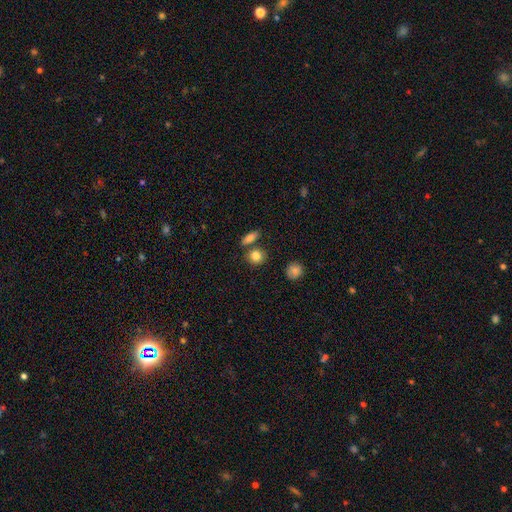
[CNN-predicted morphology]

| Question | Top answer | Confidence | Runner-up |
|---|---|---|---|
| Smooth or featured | smooth | 84% | star or artifact (9%) |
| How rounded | round | 70% | in between (28%) |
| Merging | none | 71% | merger (16%) |